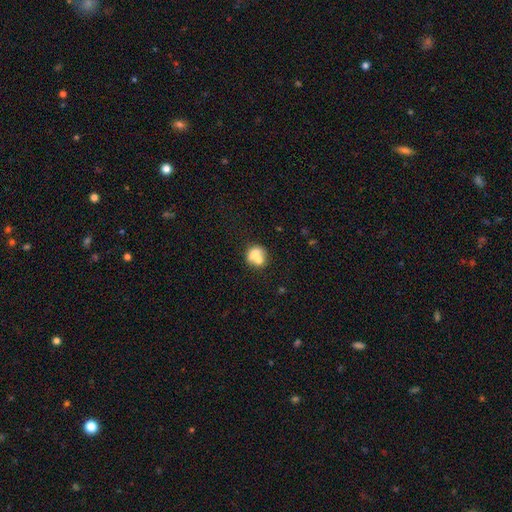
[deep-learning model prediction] Q: Smooth or featured?
A: smooth (68%); runner-up: featured or disk (23%)
Q: How rounded?
A: round (63%); runner-up: in between (36%)
Q: Merging?
A: merger (53%); runner-up: none (32%)